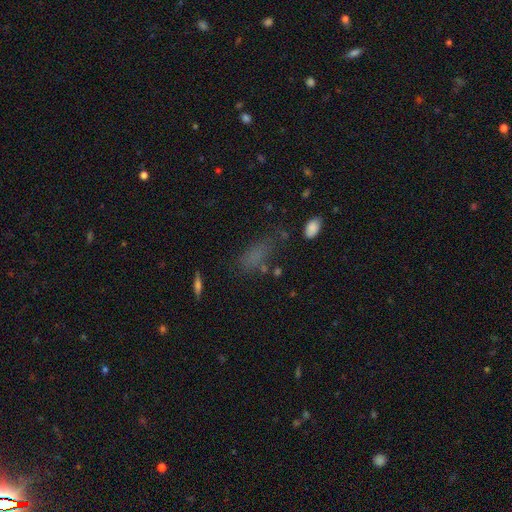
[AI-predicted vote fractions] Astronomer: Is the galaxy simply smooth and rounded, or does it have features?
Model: smooth — 66%.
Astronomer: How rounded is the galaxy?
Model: in between — 74%.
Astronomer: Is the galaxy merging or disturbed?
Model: none — 55%.